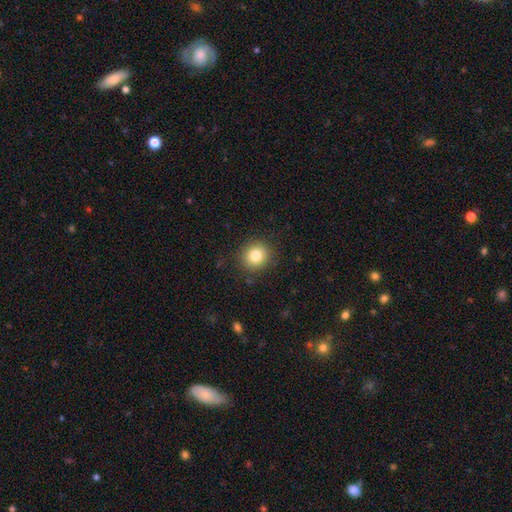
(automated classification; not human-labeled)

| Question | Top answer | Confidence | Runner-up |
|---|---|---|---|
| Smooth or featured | smooth | 81% | star or artifact (11%) |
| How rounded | round | 87% | in between (12%) |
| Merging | none | 88% | minor disturbance (8%) |